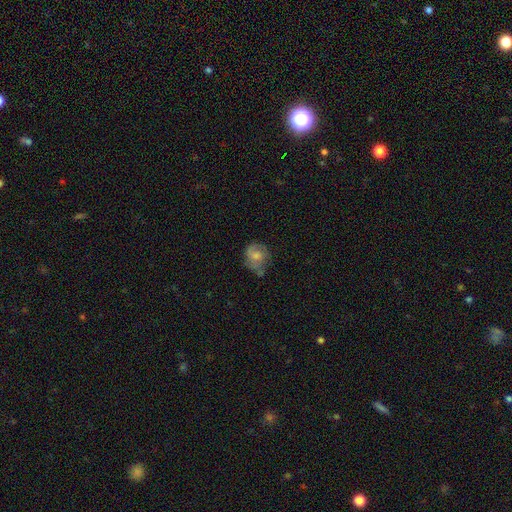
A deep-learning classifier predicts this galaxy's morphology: type=smooth (54%); roundness=round (72%); merging=none (55%).